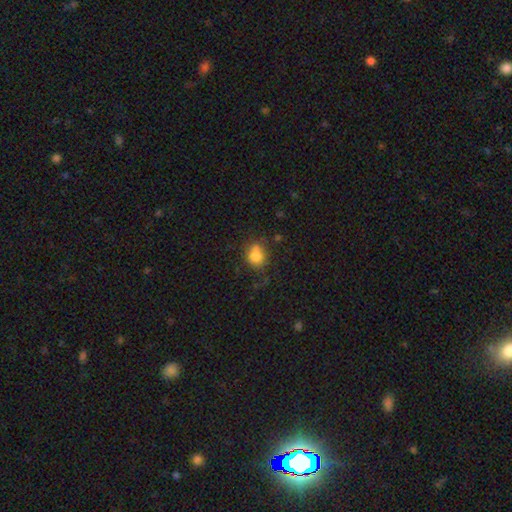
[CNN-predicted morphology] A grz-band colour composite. It shows a smooth galaxy with no disk features (80%) that is round (54%). Merging: none (57%).